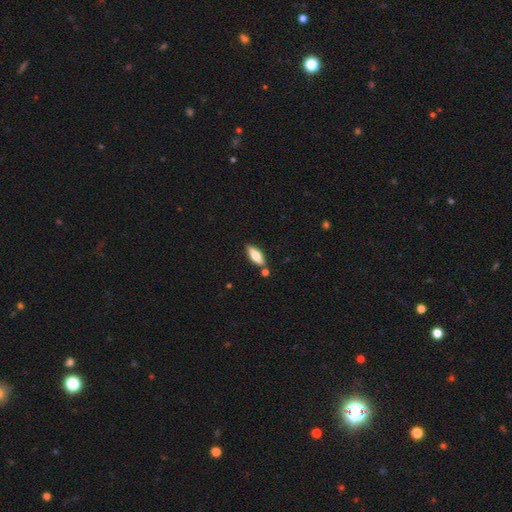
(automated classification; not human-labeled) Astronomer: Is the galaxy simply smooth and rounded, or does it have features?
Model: smooth — 70%.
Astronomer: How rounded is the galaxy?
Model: in between — 69%.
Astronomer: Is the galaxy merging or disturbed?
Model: none — 79%.